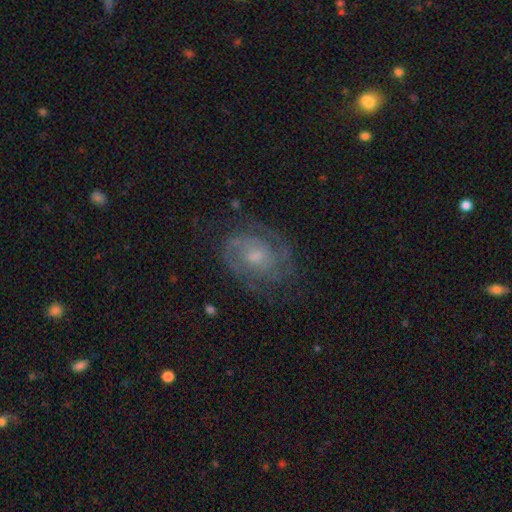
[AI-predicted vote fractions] The model was most divided on "bulge size": small: 47%, moderate: 42%, none: 5%, large: 4%, dominant: 1%. Remaining: edge-on disk — no (97%); spiral arms — yes (92%); smooth or featured — featured or disk (79%); merging — none (70%); bar — no (68%); spiral winding — tight (52%); spiral arm count — 2 (50%).